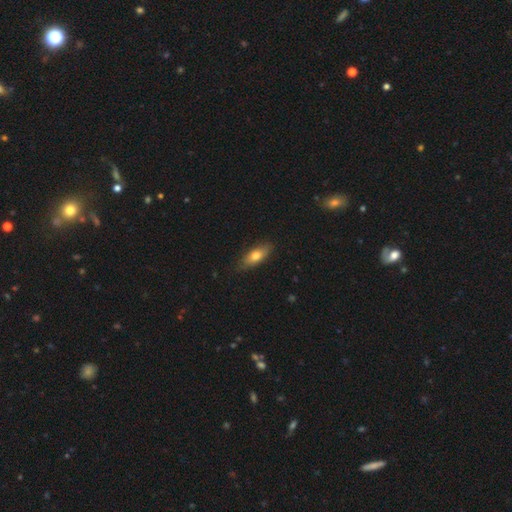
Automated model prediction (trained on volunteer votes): The model was most divided on "how rounded": in between: 71%, cigar-shaped: 26%, round: 3%. More confident: merging — none (83%); smooth or featured — smooth (72%).